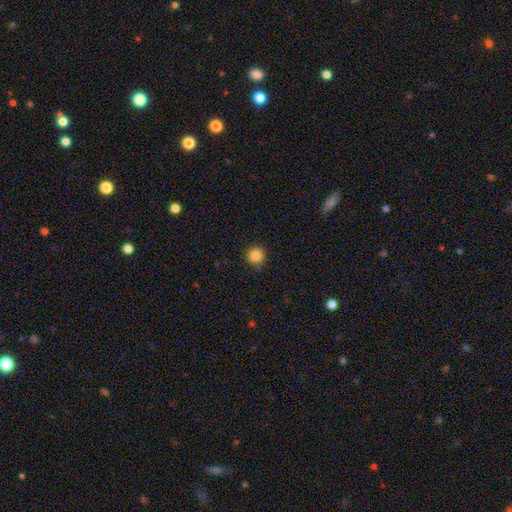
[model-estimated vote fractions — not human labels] This appears to be a smooth galaxy with no disk features (86%) that is round (95%). Merging: none (90%).